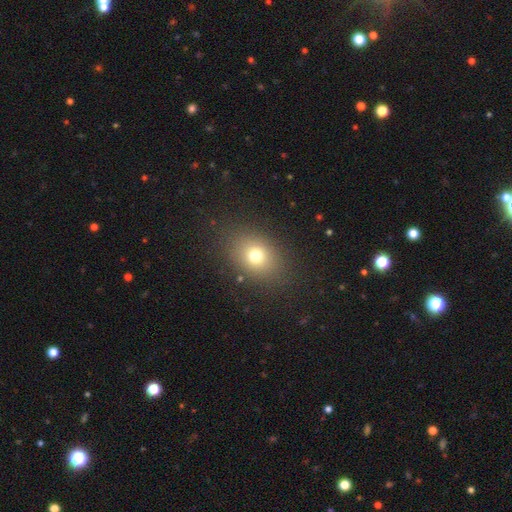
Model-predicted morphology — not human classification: Smooth or featured? smooth (73%)
How rounded? in between (56%)
Merging? none (85%)